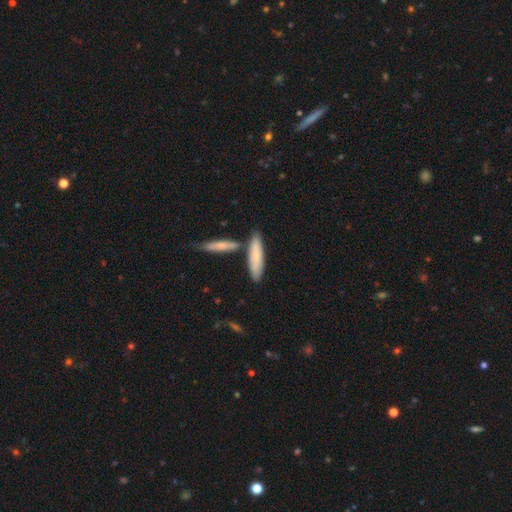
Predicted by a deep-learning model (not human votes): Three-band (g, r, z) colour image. It shows a smooth galaxy with no disk features (69%) that is cigar-shaped (71%). Merging: none (64%).